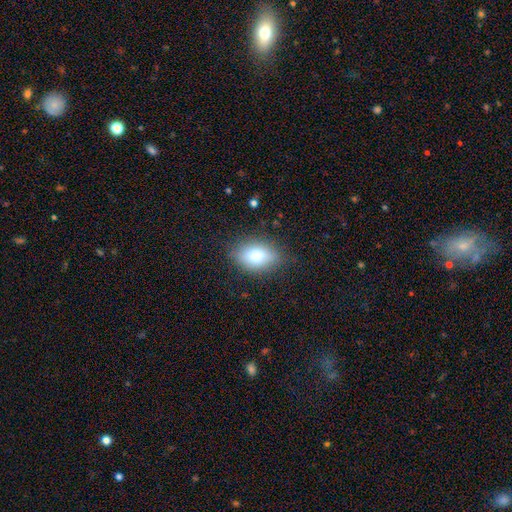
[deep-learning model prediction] A smooth galaxy with no disk features (78%) that is in between round and cigar-shaped (83%).

Vote fractions:
- Smooth or featured? smooth: 78% / featured or disk: 13% / star or artifact: 9%
- How rounded? in between: 83% / round: 14% / cigar-shaped: 2%
- Merging? none: 79% / minor disturbance: 16% / major disturbance: 4% / merger: 1%